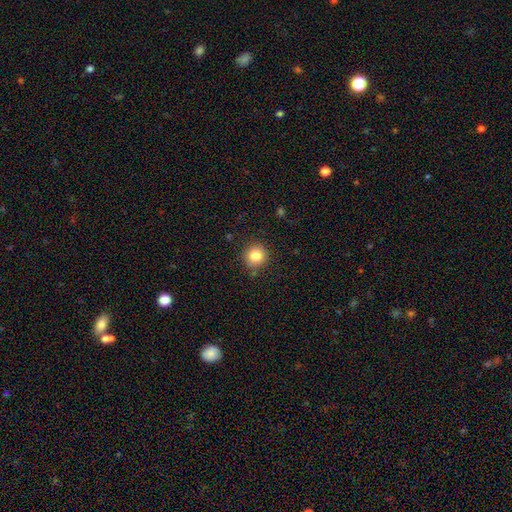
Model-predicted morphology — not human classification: Smooth or featured?
  - smooth: 83% *
  - star or artifact: 11%
  - featured or disk: 6%
How rounded?
  - round: 93% *
  - in between: 6%
  - cigar-shaped: 1%
Merging?
  - none: 87% *
  - minor disturbance: 9%
  - major disturbance: 2%
  - merger: 2%